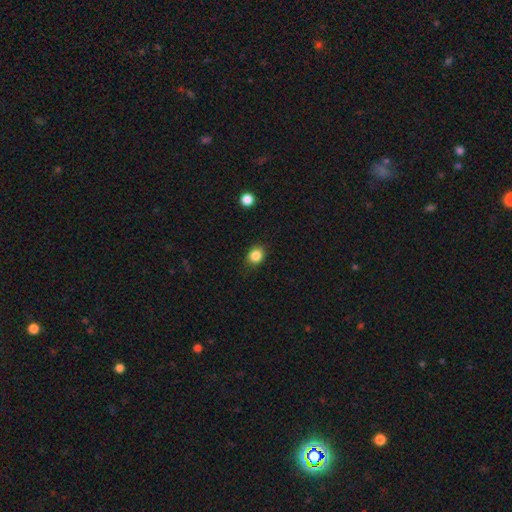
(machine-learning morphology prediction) Smooth or featured? Predicted: smooth (p=0.85). How rounded? Predicted: round (p=0.65). Merging? Predicted: none (p=0.86).